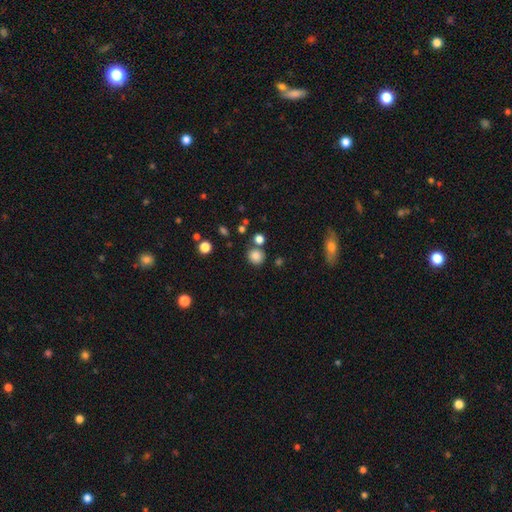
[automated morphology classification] Overall: smooth (84%). How rounded: round (88%). Merging: none (78%).